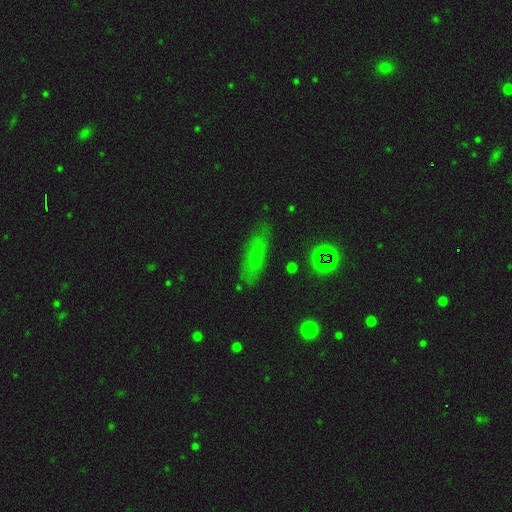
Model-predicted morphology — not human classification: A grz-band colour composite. It shows a smooth galaxy with no disk features (61%) that is cigar-shaped (50%). Merging: none (78%).